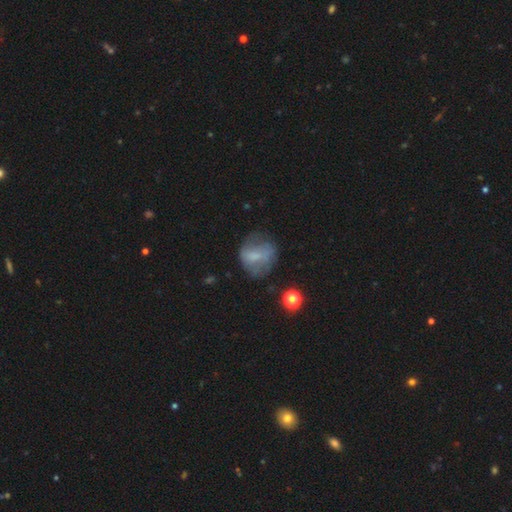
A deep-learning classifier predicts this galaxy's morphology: smooth 54%, featured or disk 34%, star or artifact 12%. Down the decision tree: how rounded — round (61%); merging — none (50%).